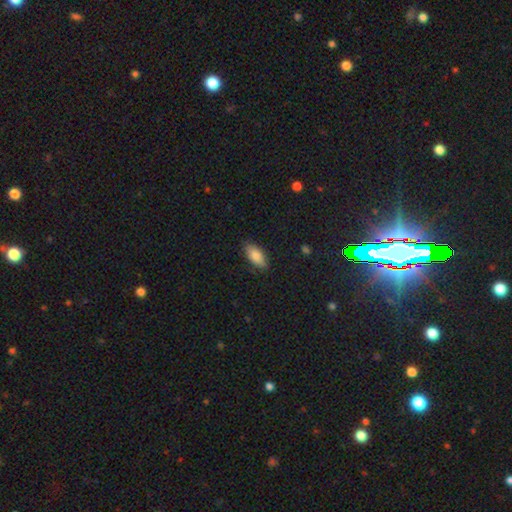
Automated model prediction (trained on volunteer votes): smooth 84%, featured or disk 10%, star or artifact 7%. Down the decision tree: how rounded — in between (88%); merging — none (84%).